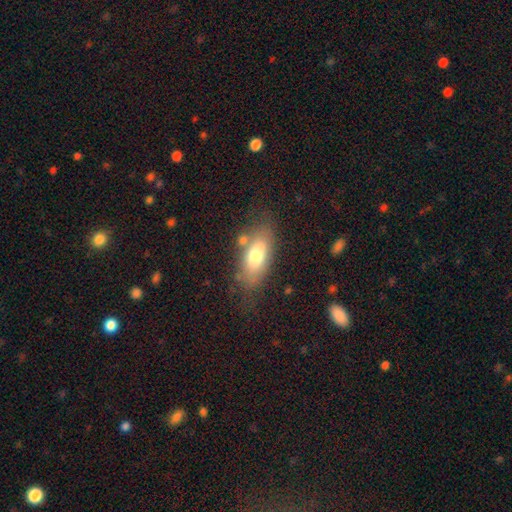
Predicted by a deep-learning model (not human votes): The model was most divided on "merging": none: 66%, minor disturbance: 19%, merger: 8%, major disturbance: 7%. More confident: how rounded — in between (85%); smooth or featured — smooth (70%).